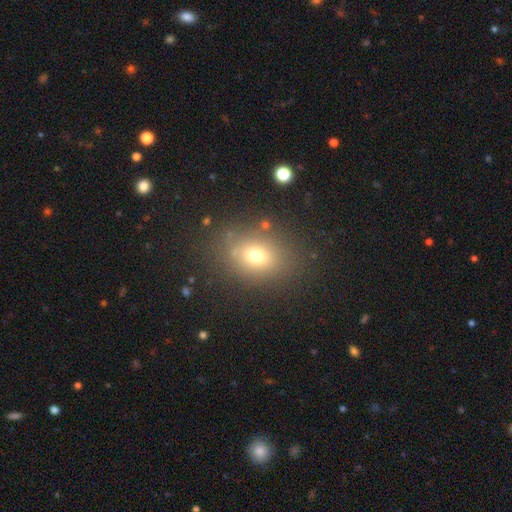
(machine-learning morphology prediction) Q: Smooth or featured?
A: smooth (69%); runner-up: star or artifact (17%)
Q: How rounded?
A: in between (59%); runner-up: round (40%)
Q: Merging?
A: none (80%); runner-up: minor disturbance (12%)